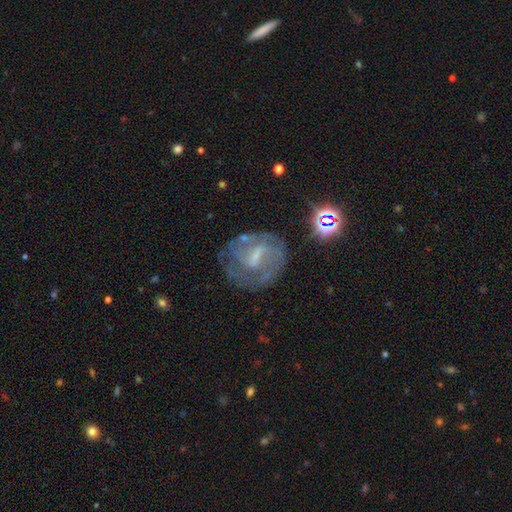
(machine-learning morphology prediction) A featured or disk galaxy (68%) with a weak bar (53%), spiral arms (73%) and a small central bulge (44%). Merging: none (63%).